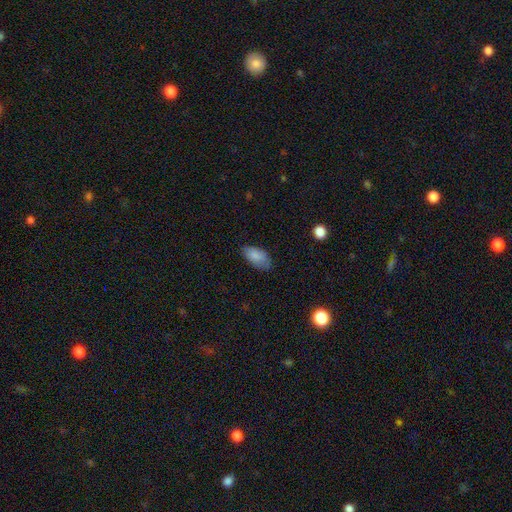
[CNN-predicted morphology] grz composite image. It shows a smooth galaxy with no disk features (86%) that is in between round and cigar-shaped (93%). Merging: none (72%).